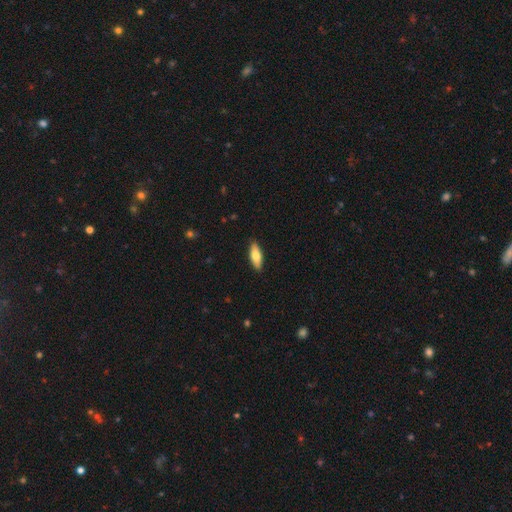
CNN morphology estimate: The model was most divided on "how rounded": in between: 68%, cigar-shaped: 30%, round: 2%. More confident: merging — none (89%); smooth or featured — smooth (72%).